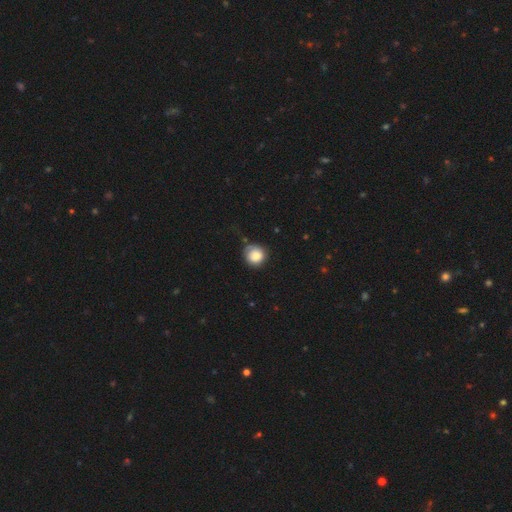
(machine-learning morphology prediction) smooth 78%, featured or disk 13%, star or artifact 9%. Down the decision tree: how rounded — round (90%); merging — none (68%).